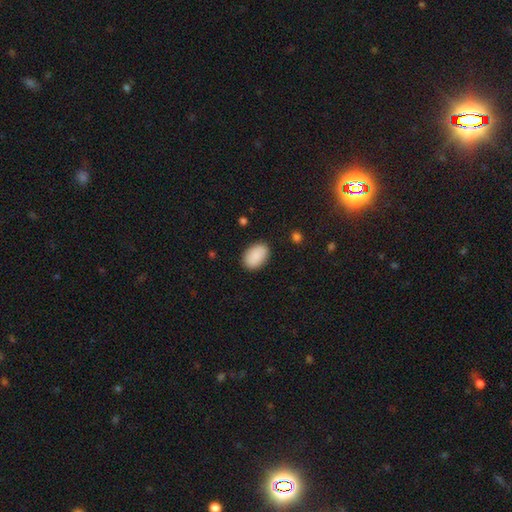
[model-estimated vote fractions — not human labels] A smooth galaxy with no disk features (91%) that is in between round and cigar-shaped (89%).

Vote fractions:
- Smooth or featured? smooth: 91% / star or artifact: 6% / featured or disk: 3%
- How rounded? in between: 89% / round: 9% / cigar-shaped: 1%
- Merging? none: 88% / minor disturbance: 9% / major disturbance: 2% / merger: 1%